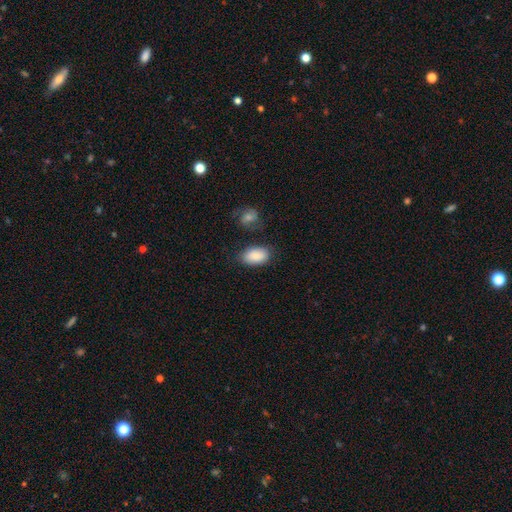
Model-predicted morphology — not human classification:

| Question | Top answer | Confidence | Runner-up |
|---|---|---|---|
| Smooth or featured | smooth | 86% | featured or disk (8%) |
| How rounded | in between | 93% | round (6%) |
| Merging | none | 74% | minor disturbance (15%) |